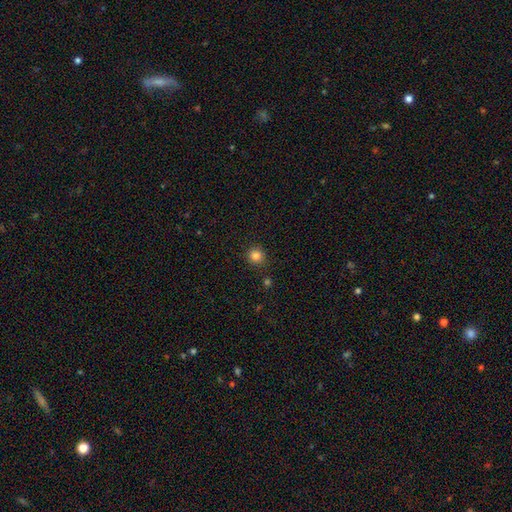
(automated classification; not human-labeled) Overall: smooth (83%). How rounded: round (92%). Merging: none (89%).